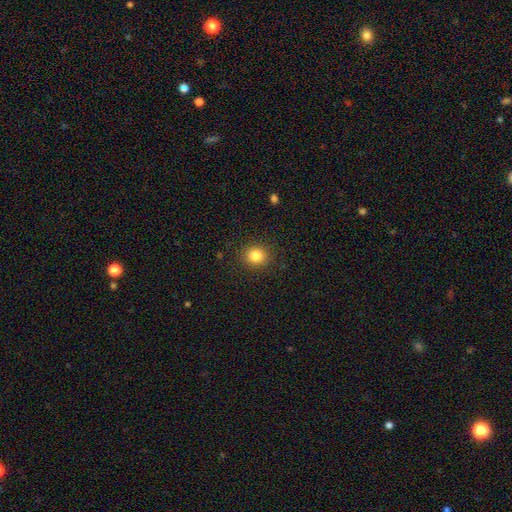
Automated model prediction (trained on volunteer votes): This is clearly a smooth galaxy (82%). How rounded: clearly round (81%). Merging: clearly none (90%).